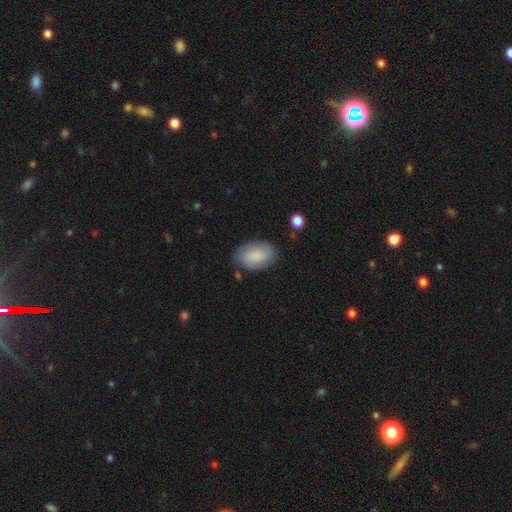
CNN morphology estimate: Smooth or featured? Predicted: smooth (p=0.81). How rounded? Predicted: in between (p=0.91). Merging? Predicted: none (p=0.78).